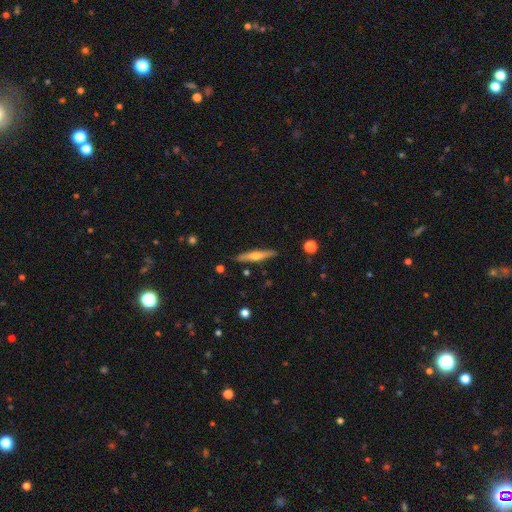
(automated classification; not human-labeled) This is possibly a featured or disk galaxy (56%). It is clearly viewed edge-on (96%). Edge-on bulge: clearly rounded (88%). Merging: clearly none (89%).